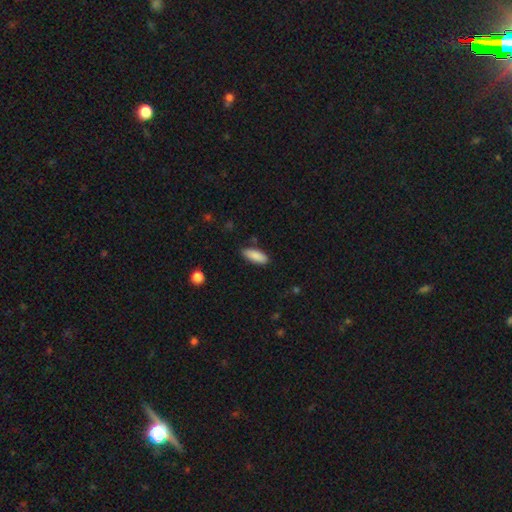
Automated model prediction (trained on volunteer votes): A smooth galaxy with no disk features (89%) that is in between round and cigar-shaped (74%). Merging: none (85%).